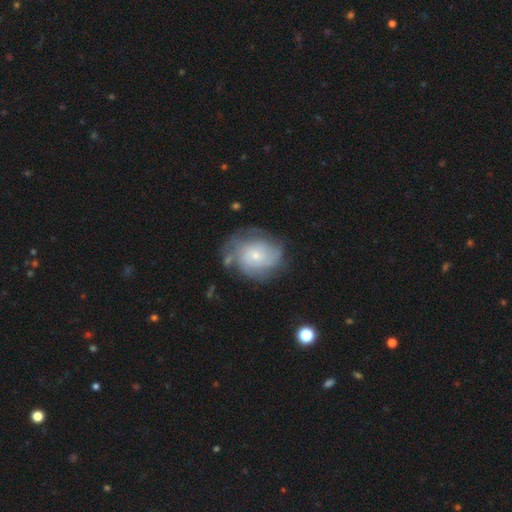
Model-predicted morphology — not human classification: Smooth or featured? featured or disk (70%)
Edge-on disk? no (97%)
Bar? no (76%)
Spiral arms? yes (87%)
Spiral winding? tight (61%)
Spiral arm count? can't tell (49%)
Bulge size? small (70%)
Merging? none (61%)